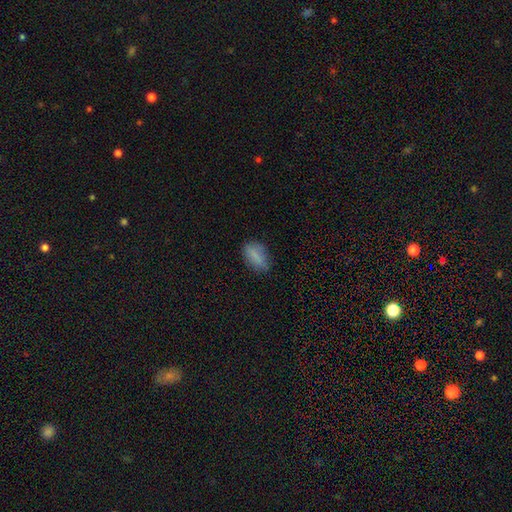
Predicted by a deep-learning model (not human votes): A smooth galaxy with no disk features (83%) that is in between round and cigar-shaped (89%).

Vote fractions:
- Smooth or featured? smooth: 83% / featured or disk: 9% / star or artifact: 9%
- How rounded? in between: 89% / round: 6% / cigar-shaped: 4%
- Merging? none: 73% / minor disturbance: 21% / major disturbance: 5% / merger: 1%